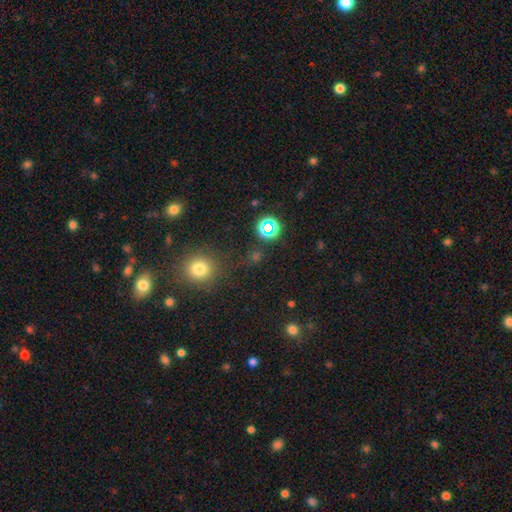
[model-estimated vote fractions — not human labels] smooth_or_featured: smooth (p=0.47) [alt: star or artifact p=0.45]
merging: none (p=0.80) [alt: minor disturbance p=0.09]